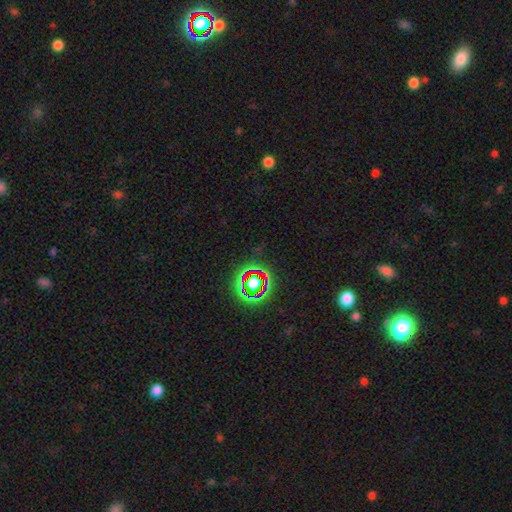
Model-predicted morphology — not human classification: A star or artifact, not a galaxy (72%).

Vote fractions:
- Smooth or featured? star or artifact: 72% / smooth: 16% / featured or disk: 12%